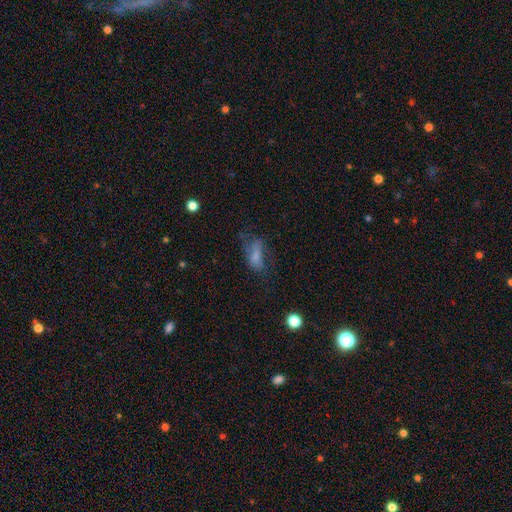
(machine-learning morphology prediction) Smooth or featured? smooth (58%)
How rounded? in between (80%)
Merging? none (36%)